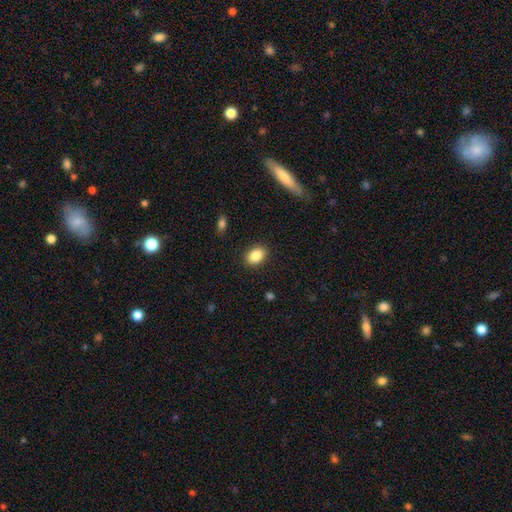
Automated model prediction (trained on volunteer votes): smooth 87%, star or artifact 8%, featured or disk 5%. Down the decision tree: how rounded — in between (79%); merging — none (88%).